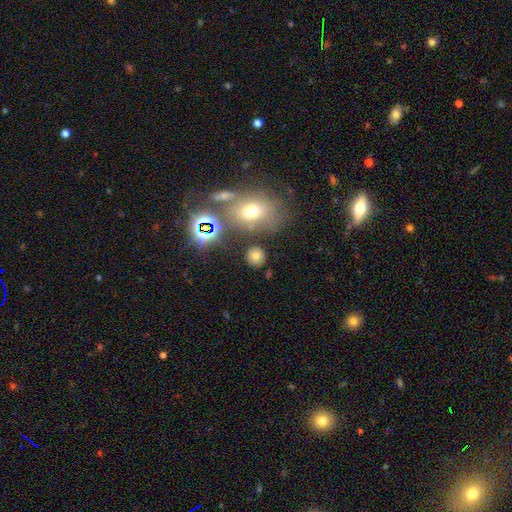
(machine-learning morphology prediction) Smooth or featured? smooth (71%)
How rounded? round (82%)
Merging? none (82%)